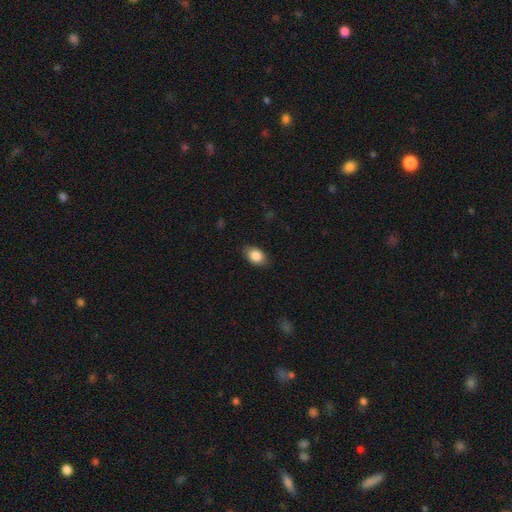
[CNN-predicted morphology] A smooth galaxy with no disk features (86%) that is in between round and cigar-shaped (83%). Merging: none (85%).